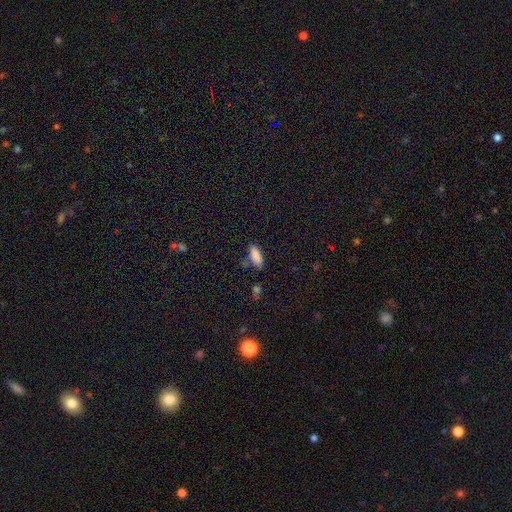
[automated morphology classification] Q: Smooth or featured?
A: smooth (86%); runner-up: star or artifact (8%)
Q: How rounded?
A: in between (81%); runner-up: cigar-shaped (17%)
Q: Merging?
A: none (71%); runner-up: minor disturbance (17%)